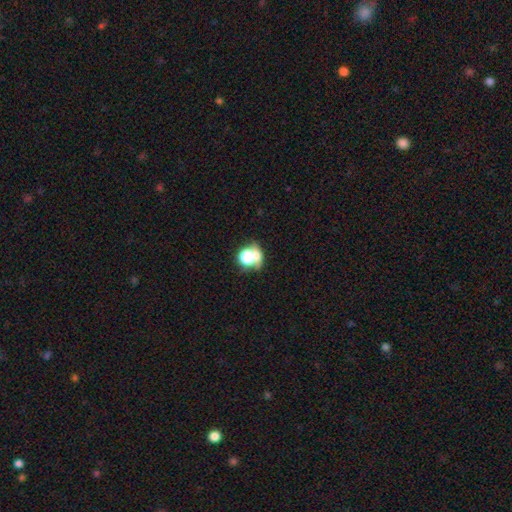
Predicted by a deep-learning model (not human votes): Overall: smooth (62%). How rounded: round (70%). Merging: none (44%; merger 32%).